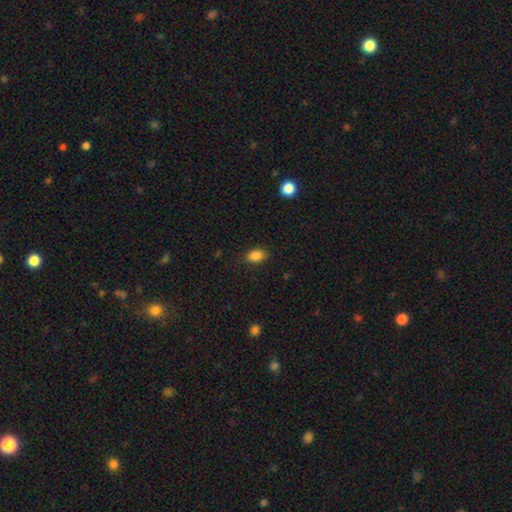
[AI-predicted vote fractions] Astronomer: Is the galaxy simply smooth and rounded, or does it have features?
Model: smooth — 87%.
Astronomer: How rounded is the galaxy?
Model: in between — 85%.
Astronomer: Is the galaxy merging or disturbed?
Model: none — 87%.